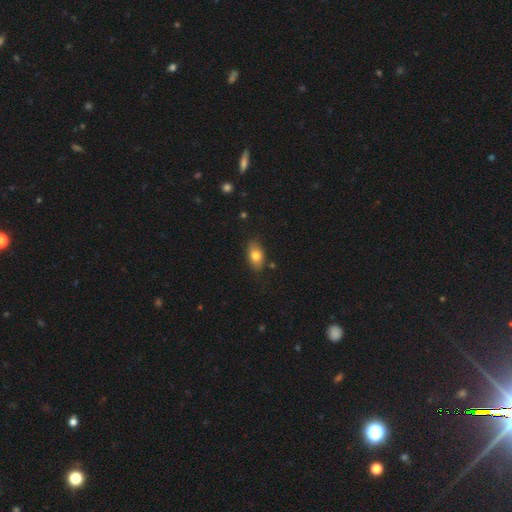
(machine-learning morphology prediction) The model was most divided on "smooth or featured": smooth: 77%, featured or disk: 15%, star or artifact: 8%. More confident: how rounded — in between (86%); merging — none (79%).